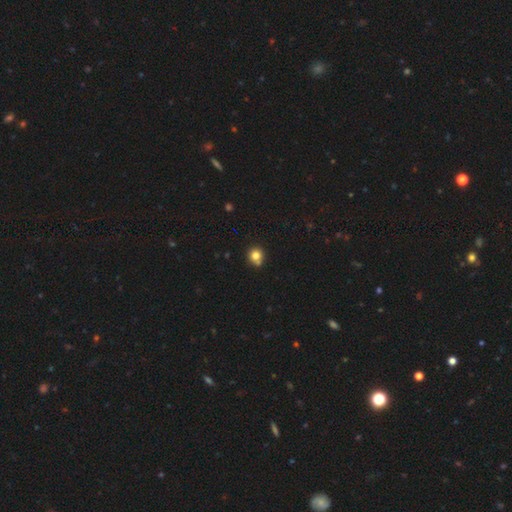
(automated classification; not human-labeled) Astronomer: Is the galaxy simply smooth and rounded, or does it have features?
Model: smooth — 81%.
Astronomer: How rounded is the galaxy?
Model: round — 89%.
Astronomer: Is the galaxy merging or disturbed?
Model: none — 71%.